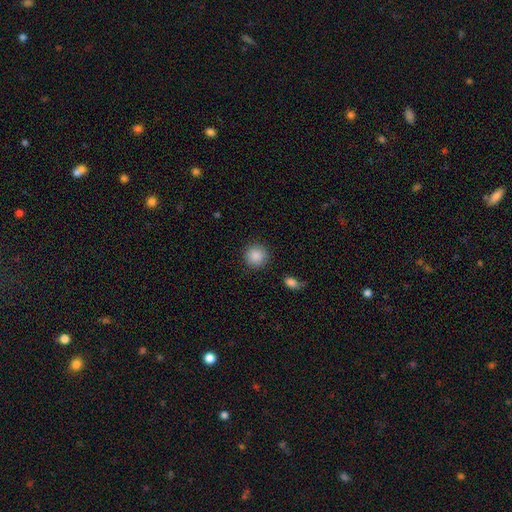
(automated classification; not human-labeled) Smooth or featured? smooth (88%)
How rounded? round (93%)
Merging? none (90%)